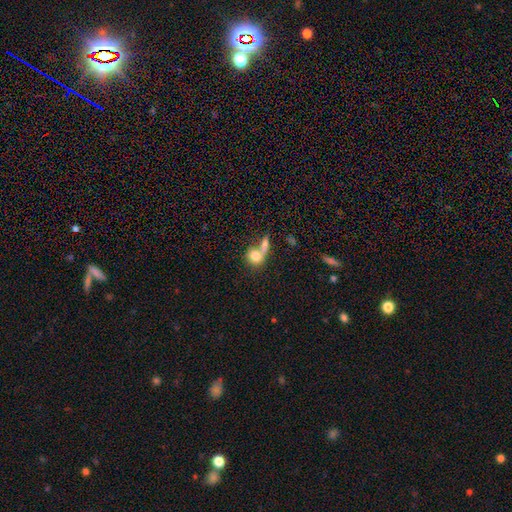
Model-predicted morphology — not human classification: Q: Smooth or featured?
A: smooth (78%); runner-up: featured or disk (14%)
Q: How rounded?
A: round (59%); runner-up: in between (38%)
Q: Merging?
A: merger (57%); runner-up: none (27%)